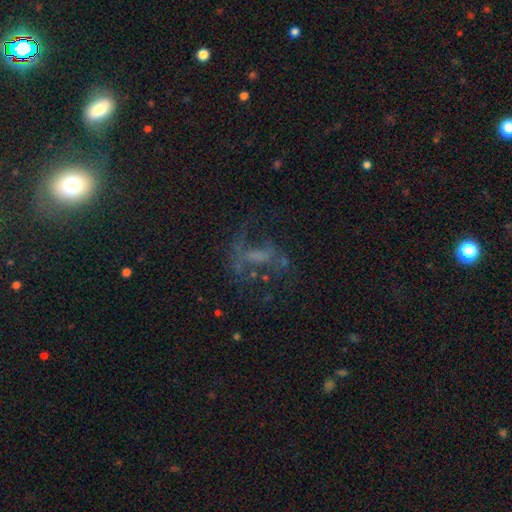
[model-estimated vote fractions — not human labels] Smooth or featured? featured or disk (51%)
Edge-on disk? no (95%)
Merging? none (41%)